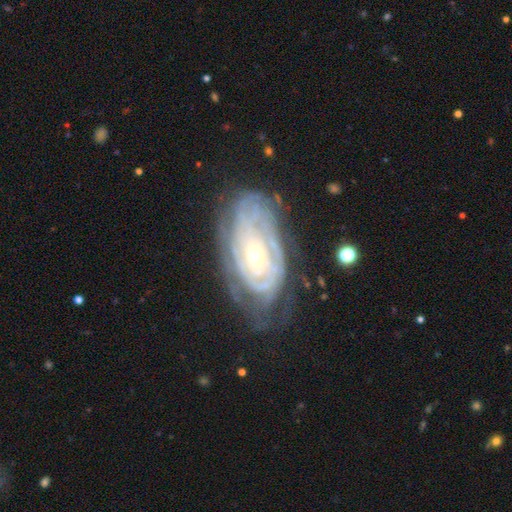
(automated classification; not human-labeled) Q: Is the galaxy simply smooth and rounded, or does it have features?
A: featured or disk — 83%.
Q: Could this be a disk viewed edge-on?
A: no — 94%.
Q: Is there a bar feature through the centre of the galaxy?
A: no — 73%.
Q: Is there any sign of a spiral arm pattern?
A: yes — 89%.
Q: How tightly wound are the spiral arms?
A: tight — 79%.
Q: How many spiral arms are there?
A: can't tell — 55%.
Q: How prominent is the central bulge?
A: small — 56%.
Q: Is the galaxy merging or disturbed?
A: none — 61%.